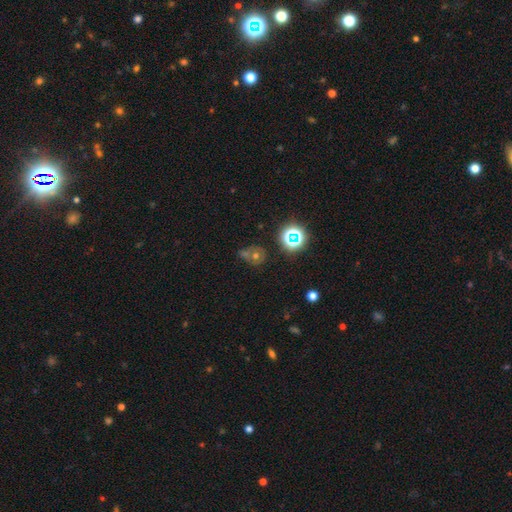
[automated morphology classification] Overall: smooth (45%; star or artifact 37%). Merging: none (52%; merger 27%).